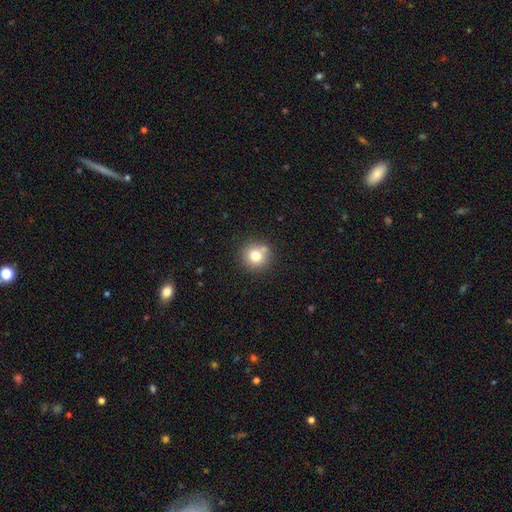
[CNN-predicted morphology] smooth-or-featured: smooth: 76% | star or artifact: 13% | featured or disk: 11%
  how-rounded: round: 92% | in between: 7% | cigar-shaped: 1%
  merging: none: 76% | minor disturbance: 11% | merger: 10% | major disturbance: 3%